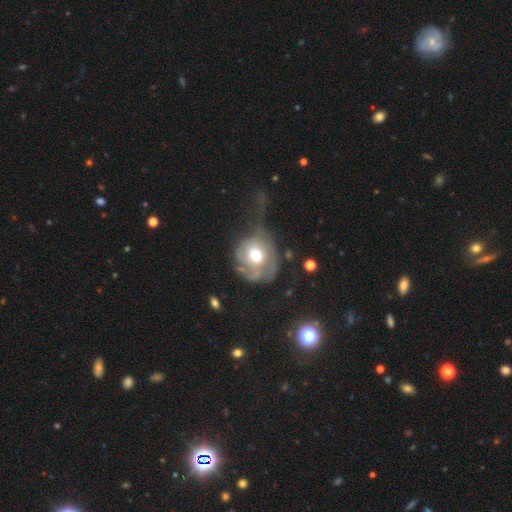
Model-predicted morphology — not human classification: This is possibly a featured or disk galaxy (55%). It is clearly not viewed edge-on (97%). Bar: clearly no (82%). Spiral arm pattern: possibly yes (55%). Central bulge: likely moderate (62%). Merging: possibly major disturbance (48%).